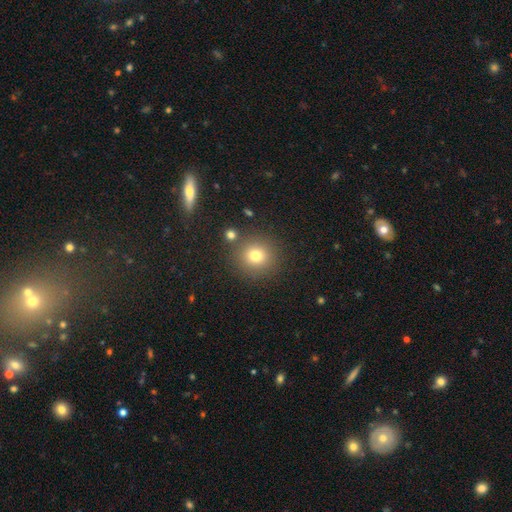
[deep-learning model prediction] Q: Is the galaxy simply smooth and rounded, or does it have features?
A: smooth — 77%.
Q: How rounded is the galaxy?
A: round — 92%.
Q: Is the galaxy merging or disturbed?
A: none — 84%.